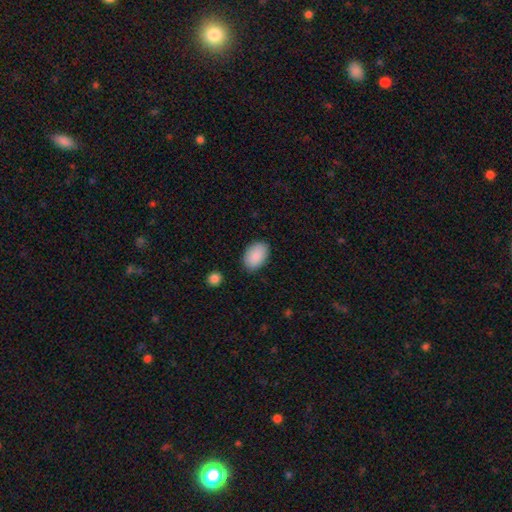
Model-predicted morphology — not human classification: smooth_or_featured: smooth (p=0.90) [alt: star or artifact p=0.06]
how_rounded: in between (p=0.90) [alt: round p=0.09]
merging: none (p=0.85) [alt: minor disturbance p=0.11]